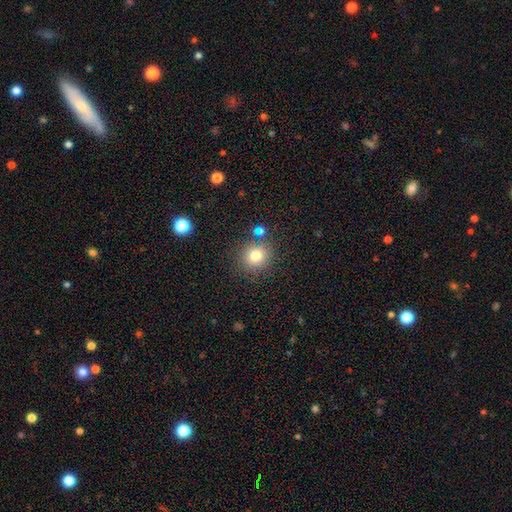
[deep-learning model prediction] Q: Smooth or featured?
A: smooth (78%); runner-up: star or artifact (13%)
Q: How rounded?
A: round (86%); runner-up: in between (13%)
Q: Merging?
A: none (79%); runner-up: minor disturbance (10%)